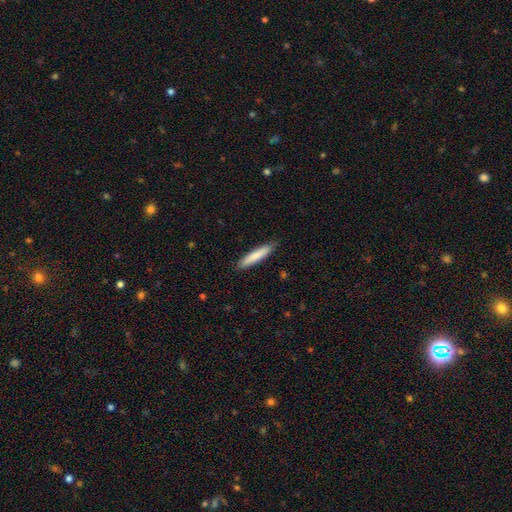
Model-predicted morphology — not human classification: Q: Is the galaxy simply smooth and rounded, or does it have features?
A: smooth — 80%.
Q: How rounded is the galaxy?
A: cigar-shaped — 89%.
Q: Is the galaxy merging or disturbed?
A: none — 88%.